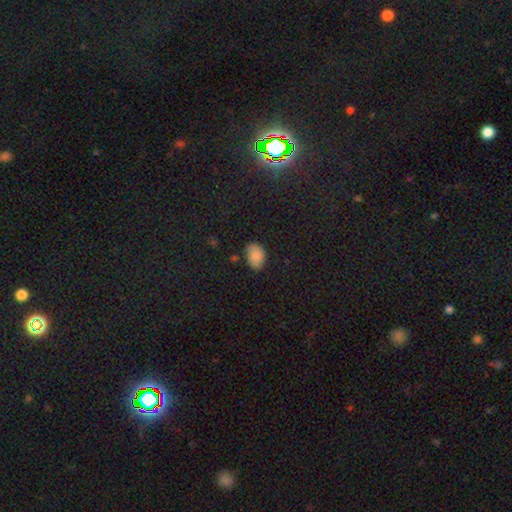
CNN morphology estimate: smooth_or_featured: smooth (p=0.82) [alt: star or artifact p=0.10]
how_rounded: in between (p=0.80) [alt: round p=0.19]
merging: none (p=0.70) [alt: minor disturbance p=0.23]